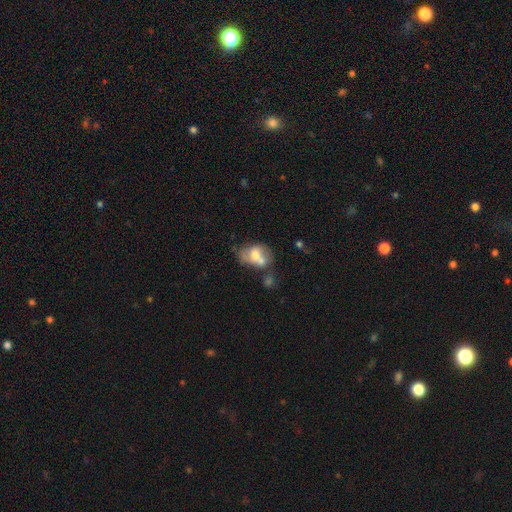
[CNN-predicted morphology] type=smooth (54%); roundness=in between (73%); merging=merger (52%).